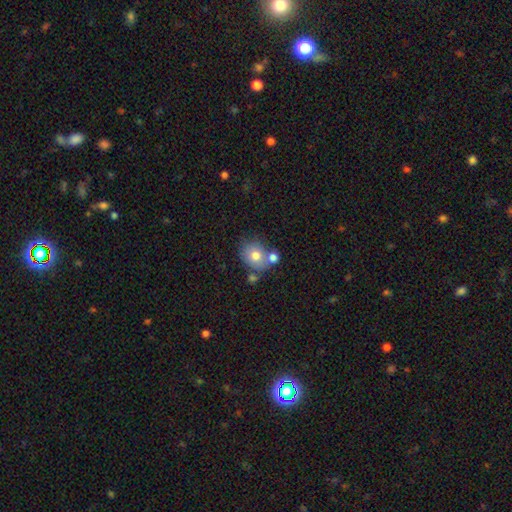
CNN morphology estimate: Smooth or featured: smooth — 74% (featured or disk — 16%)
How rounded: round — 64% (in between — 35%)
Merging: none — 52% (merger — 30%)